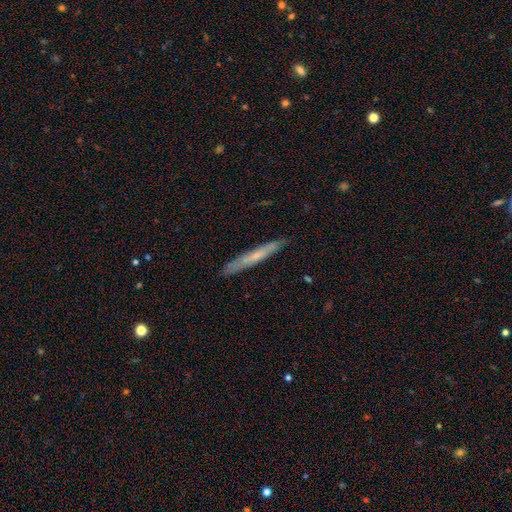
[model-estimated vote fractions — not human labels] Smooth or featured?
  - smooth: 50% *
  - featured or disk: 44%
  - star or artifact: 6%
Merging?
  - none: 88% *
  - minor disturbance: 10%
  - major disturbance: 2%
  - merger: 1%